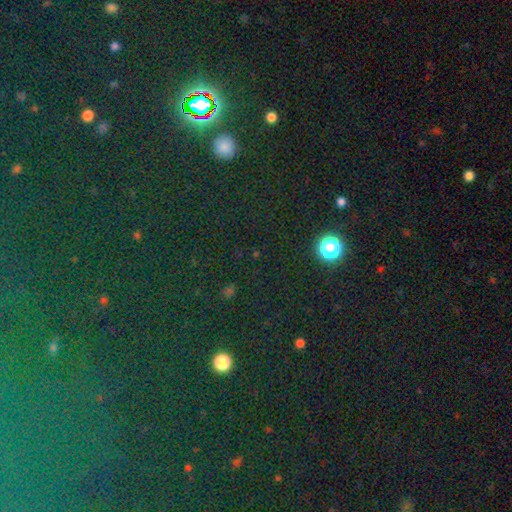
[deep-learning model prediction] Smooth or featured: star or artifact — 72% (smooth — 20%)